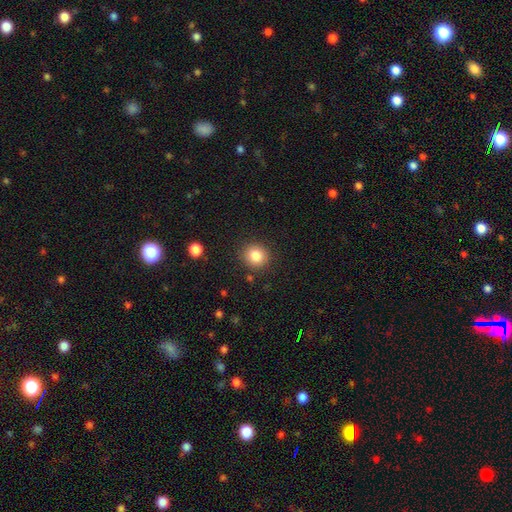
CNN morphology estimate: smooth 83%, star or artifact 10%, featured or disk 7%. Down the decision tree: how rounded — round (87%); merging — none (88%).